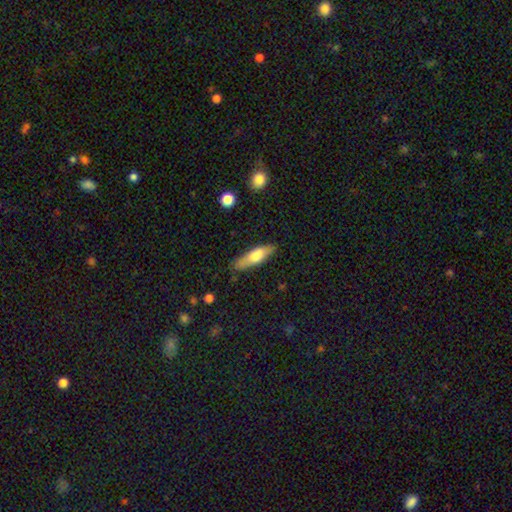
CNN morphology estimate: This is likely a smooth galaxy (62%). How rounded: likely cigar-shaped (62%). Merging: clearly none (82%).